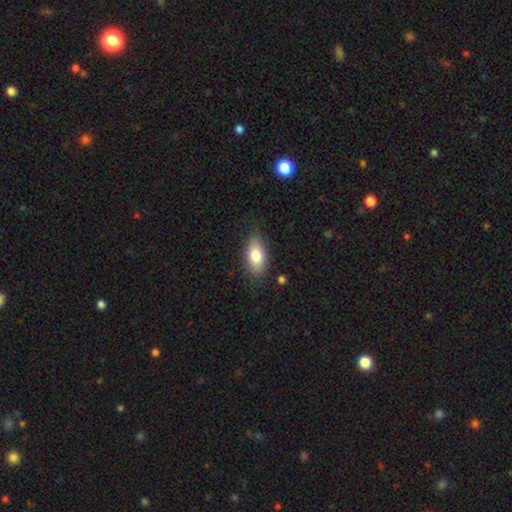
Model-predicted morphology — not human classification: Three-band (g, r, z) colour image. It shows a smooth galaxy with no disk features (80%) that is in between round and cigar-shaped (89%). Merging: none (83%).